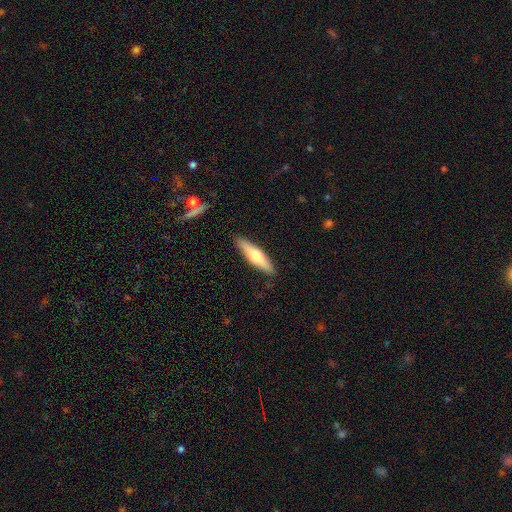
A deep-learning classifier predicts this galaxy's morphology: Smooth or featured?
  - smooth: 58% *
  - featured or disk: 37%
  - star or artifact: 5%
How rounded?
  - cigar-shaped: 72% *
  - in between: 27%
  - round: 2%
Merging?
  - none: 88% *
  - minor disturbance: 9%
  - major disturbance: 2%
  - merger: 1%